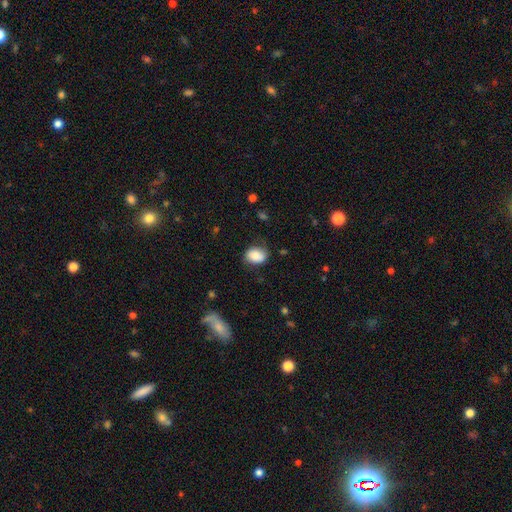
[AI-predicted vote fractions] smooth 78%, featured or disk 14%, star or artifact 8%. Down the decision tree: how rounded — in between (69%); merging — none (68%).